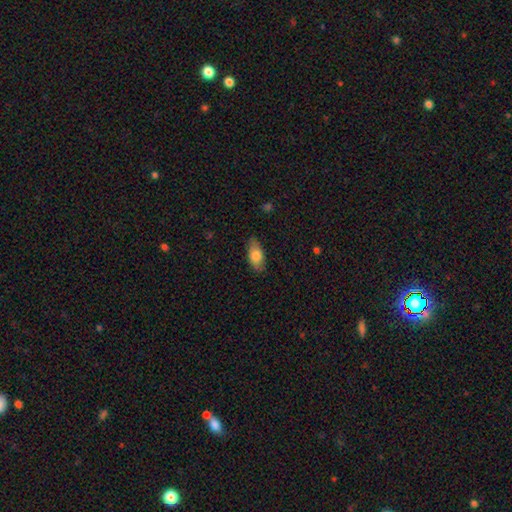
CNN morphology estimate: Overall: smooth (78%). How rounded: in between (88%). Merging: none (82%).